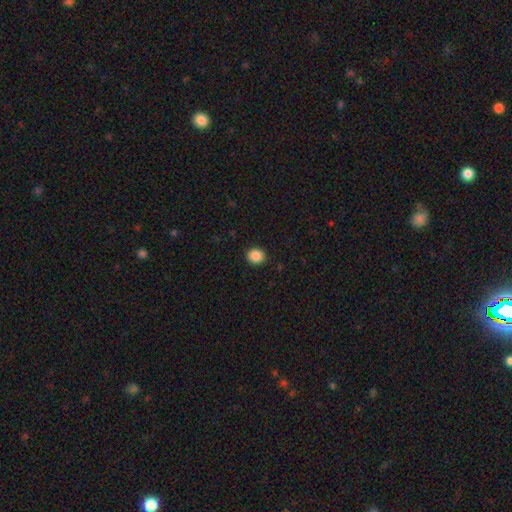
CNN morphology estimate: smooth 87%, star or artifact 9%, featured or disk 3%. Down the decision tree: how rounded — round (81%); merging — none (92%).